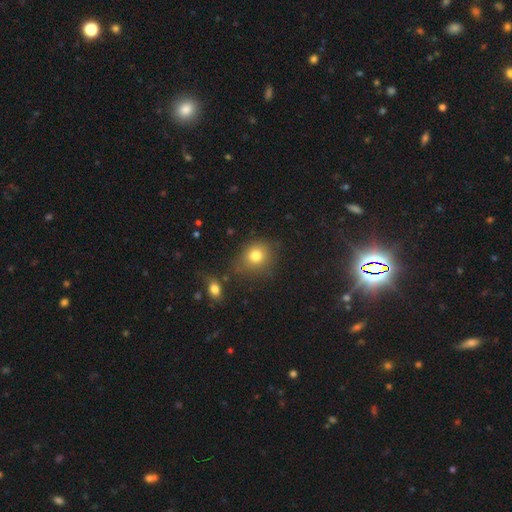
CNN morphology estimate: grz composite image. It shows a smooth galaxy with no disk features (79%) that is round (73%). Merging: none (67%).